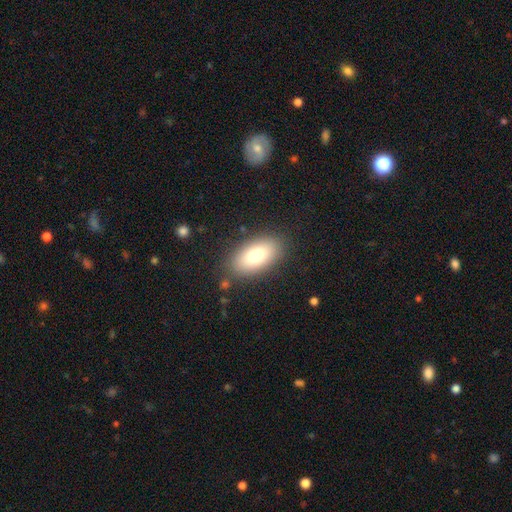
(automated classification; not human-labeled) Q: Smooth or featured?
A: smooth (76%); runner-up: featured or disk (16%)
Q: How rounded?
A: in between (92%); runner-up: round (4%)
Q: Merging?
A: none (84%); runner-up: minor disturbance (11%)